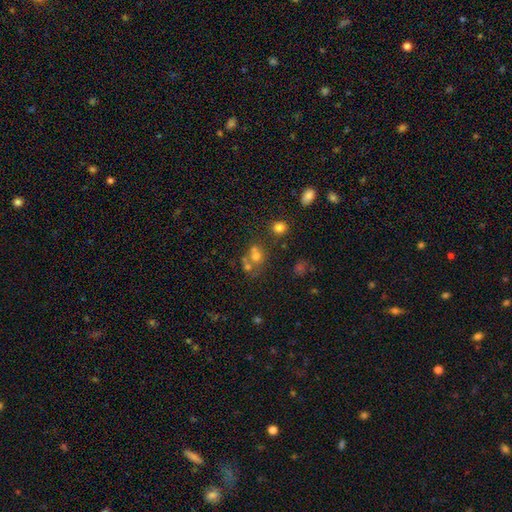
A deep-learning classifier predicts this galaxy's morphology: This appears to be a smooth galaxy with no disk features (60%) that is round (69%). Merging: merger (47%).